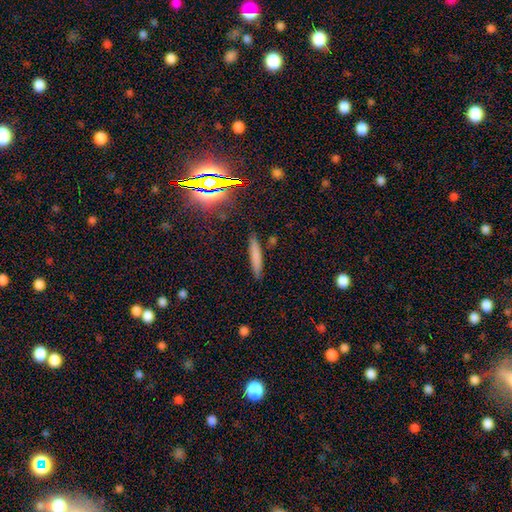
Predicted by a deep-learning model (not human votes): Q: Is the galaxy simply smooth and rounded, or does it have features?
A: smooth — 73%.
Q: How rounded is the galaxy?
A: cigar-shaped — 91%.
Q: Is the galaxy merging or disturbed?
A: none — 86%.